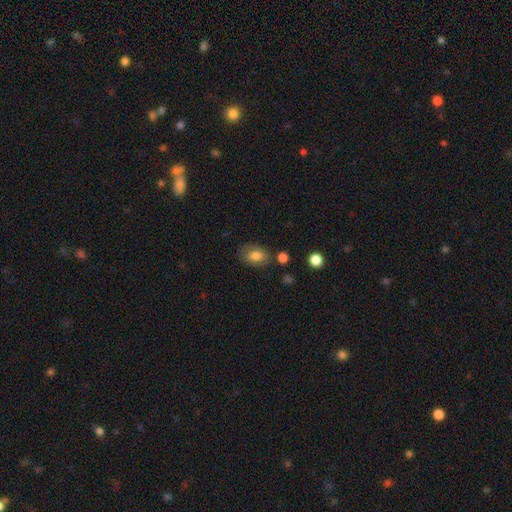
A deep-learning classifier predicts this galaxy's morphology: This appears to be a smooth galaxy with no disk features (75%) that is in between round and cigar-shaped (80%). Merging: none (73%).